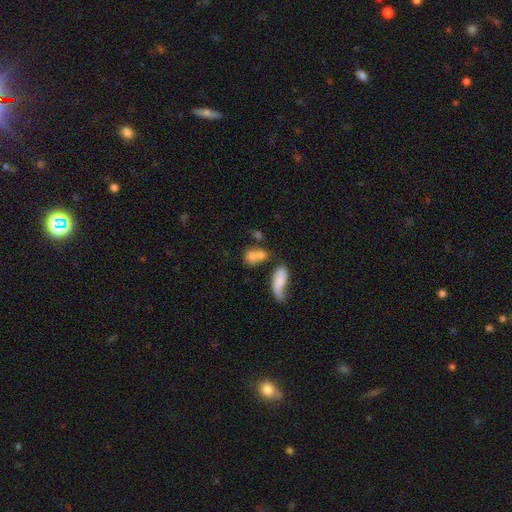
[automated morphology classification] smooth_or_featured: smooth (p=0.71) [alt: featured or disk p=0.18]
how_rounded: in between (p=0.61) [alt: round p=0.31]
merging: merger (p=0.51) [alt: none p=0.28]